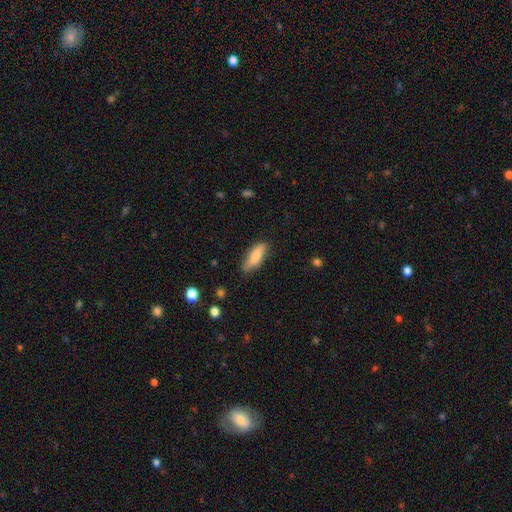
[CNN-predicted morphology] Overall: smooth (80%). How rounded: in between (58%; cigar-shaped 40%). Merging: none (78%).